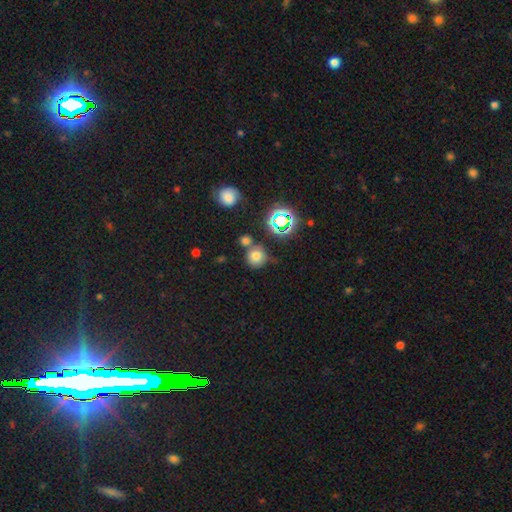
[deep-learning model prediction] Q: Smooth or featured?
A: smooth (70%); runner-up: star or artifact (21%)
Q: How rounded?
A: round (88%); runner-up: in between (11%)
Q: Merging?
A: none (64%); runner-up: merger (18%)